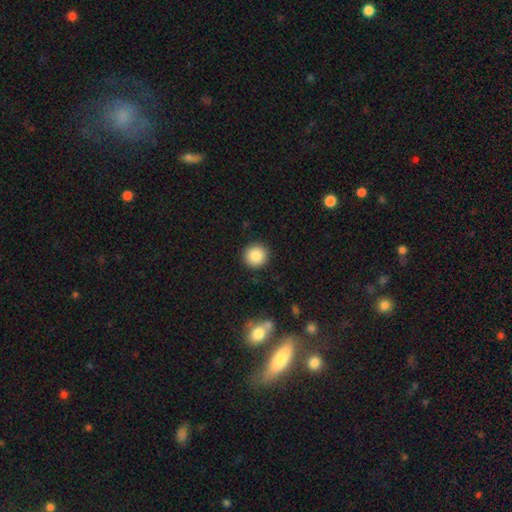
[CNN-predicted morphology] Smooth or featured? smooth (87%)
How rounded? round (94%)
Merging? none (92%)